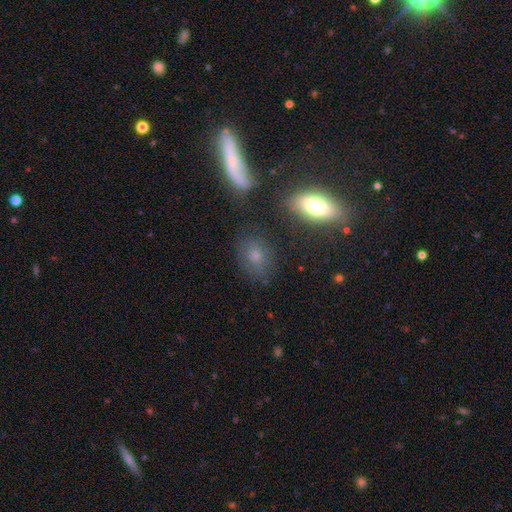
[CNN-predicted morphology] Smooth or featured: smooth — 67% (featured or disk — 18%)
How rounded: in between — 63% (round — 33%)
Merging: none — 72% (minor disturbance — 16%)